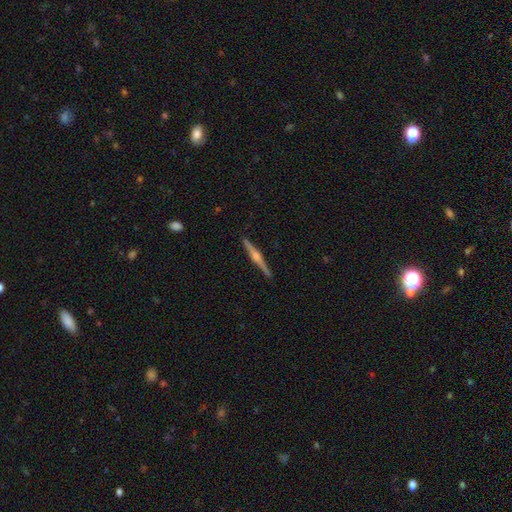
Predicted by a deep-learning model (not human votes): smooth_or_featured: featured or disk (p=0.81) [alt: smooth p=0.13]
disk_edge_on: yes (p=0.99) [alt: no p=0.01]
edge_on_bulge: rounded (p=0.88) [alt: boxy p=0.08]
merging: none (p=0.92) [alt: minor disturbance p=0.06]